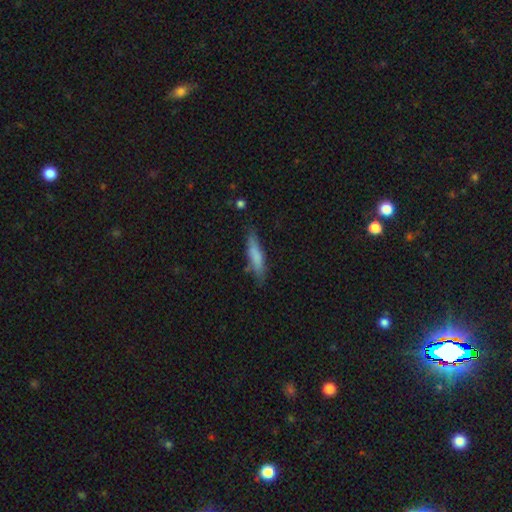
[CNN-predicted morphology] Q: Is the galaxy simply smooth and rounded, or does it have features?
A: smooth — 73%.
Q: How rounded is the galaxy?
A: cigar-shaped — 80%.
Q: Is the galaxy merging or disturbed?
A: none — 73%.